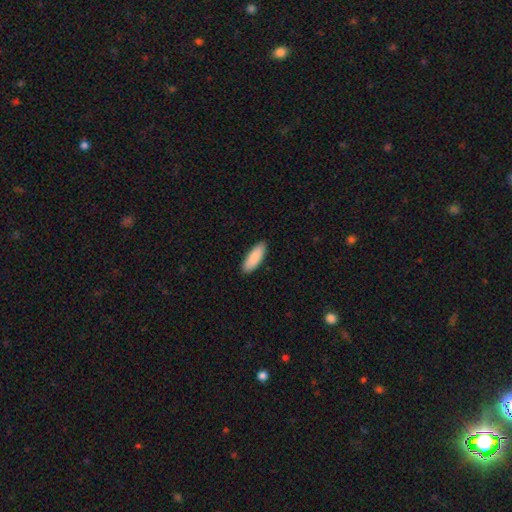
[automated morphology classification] smooth-or-featured: smooth: 91% | star or artifact: 5% | featured or disk: 4%
  how-rounded: in between: 67% | cigar-shaped: 31% | round: 2%
  merging: none: 91% | minor disturbance: 7% | major disturbance: 1% | merger: 1%